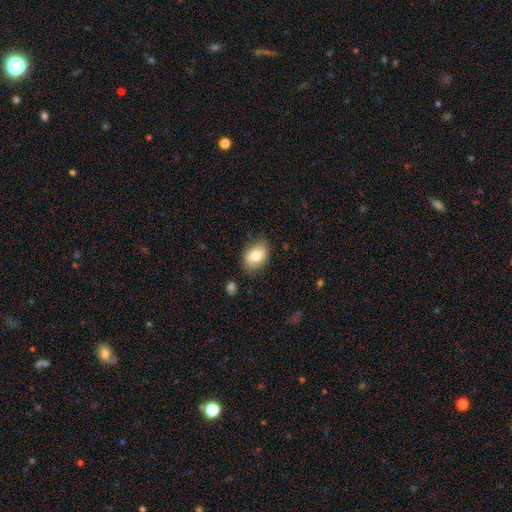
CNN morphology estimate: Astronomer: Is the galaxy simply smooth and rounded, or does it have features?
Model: smooth — 78%.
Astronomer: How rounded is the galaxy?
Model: in between — 79%.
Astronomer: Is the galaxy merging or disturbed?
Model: none — 80%.